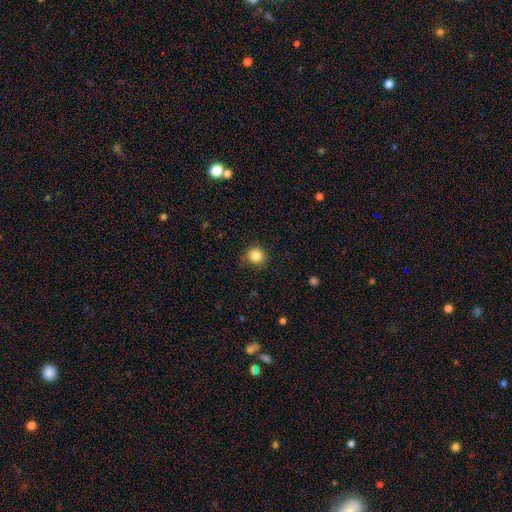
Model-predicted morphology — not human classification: smooth_or_featured: smooth (p=0.85) [alt: star or artifact p=0.11]
how_rounded: round (p=0.88) [alt: in between p=0.11]
merging: none (p=0.88) [alt: minor disturbance p=0.09]